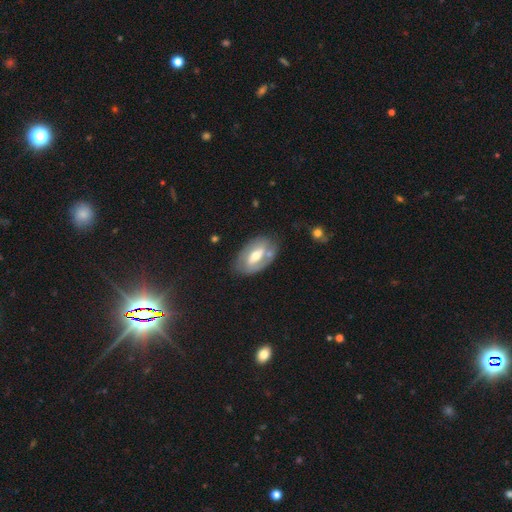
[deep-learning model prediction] The model was most divided on "bar": strong: 41%, weak: 37%, no: 22%. More confident: edge-on disk — no (90%); merging — none (69%); bulge size — moderate (68%); smooth or featured — featured or disk (62%); spiral arms — yes (53%).